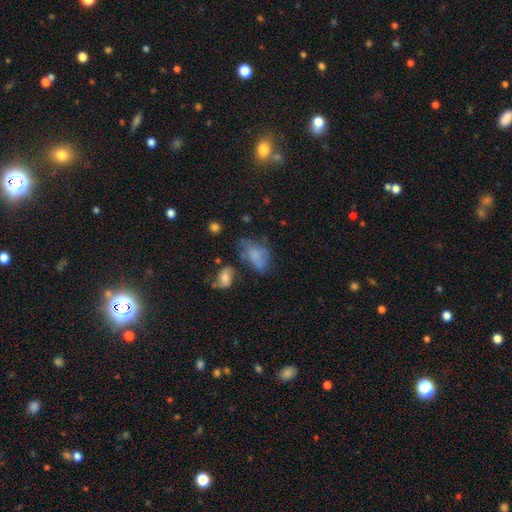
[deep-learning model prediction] The model was most divided on "merging": none: 34%, minor disturbance: 27%, major disturbance: 26%, merger: 13%. More confident: how rounded — in between (81%); smooth or featured — smooth (53%).